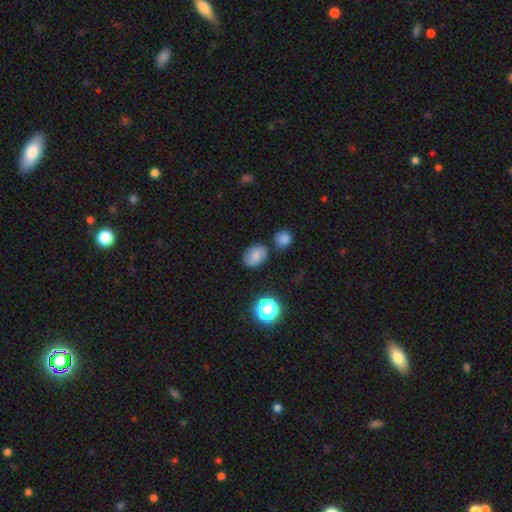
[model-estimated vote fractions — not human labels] Q: Smooth or featured?
A: smooth (75%); runner-up: featured or disk (13%)
Q: How rounded?
A: in between (68%); runner-up: round (31%)
Q: Merging?
A: none (71%); runner-up: minor disturbance (17%)